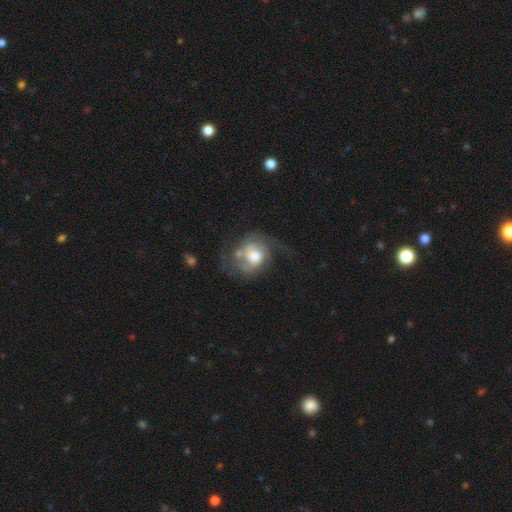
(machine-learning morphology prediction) Overall: featured or disk (64%; smooth 29%). Edge-on disk: no (97%). Bar: no (70%). Spiral arms: yes (82%). Spiral arm count: 2 (63%). Spiral winding: medium (42%; loose 39%). Bulge size: moderate (59%; large 24%). Merging: none (38%; major disturbance 33%).